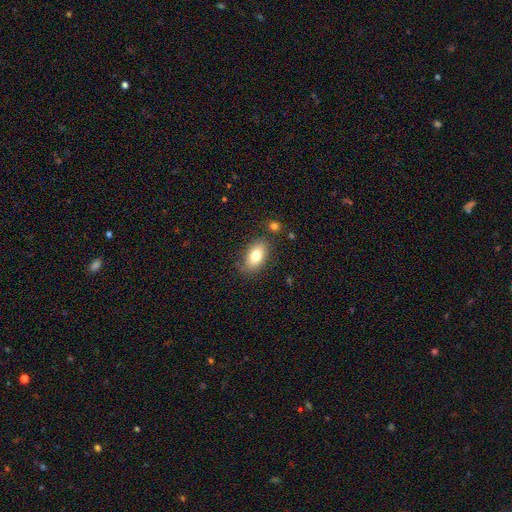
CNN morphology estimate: type=smooth (78%); roundness=in between (90%); merging=none (79%).